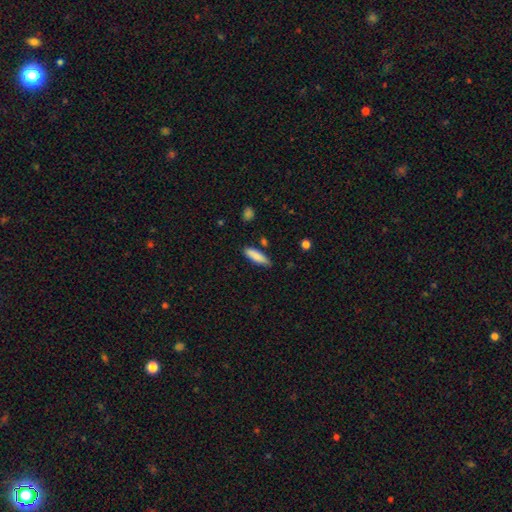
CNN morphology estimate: Smooth or featured? Predicted: smooth (p=0.86). How rounded? Predicted: cigar-shaped (p=0.57). Merging? Predicted: none (p=0.79).